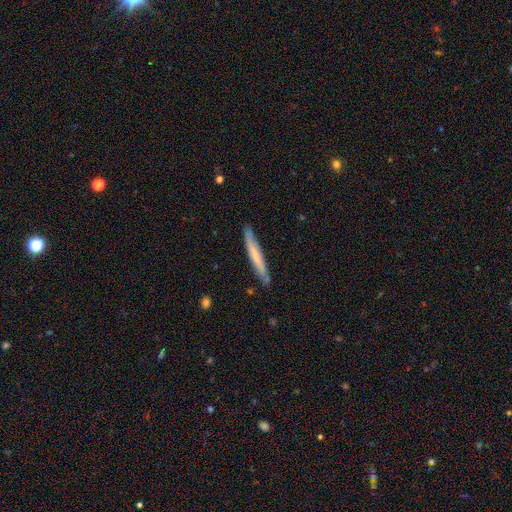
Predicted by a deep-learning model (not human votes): Morphology: type=smooth (58%); roundness=cigar-shaped (96%); merging=none (86%).